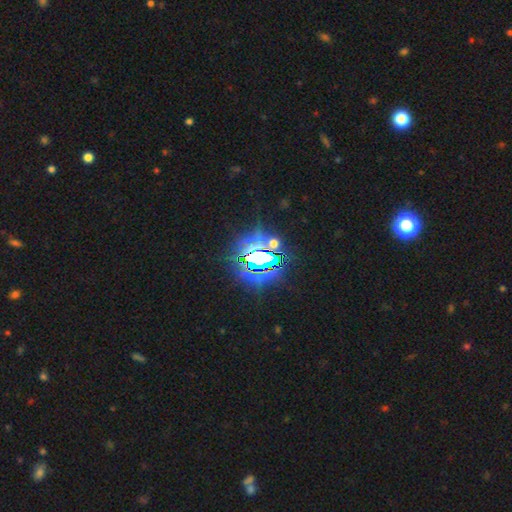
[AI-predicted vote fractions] Morphology: type=star or artifact (80%).